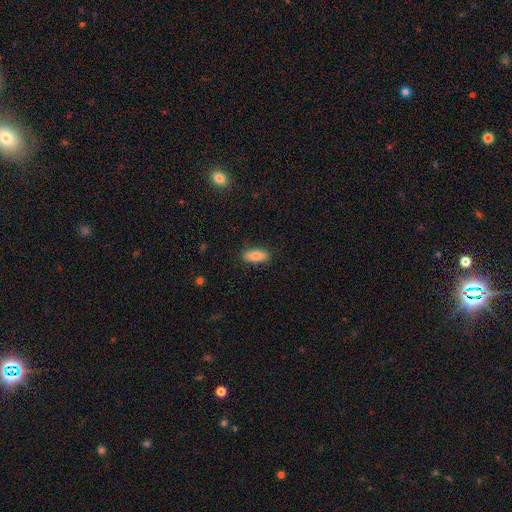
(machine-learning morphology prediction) type=smooth (82%); roundness=in between (79%); merging=none (87%).